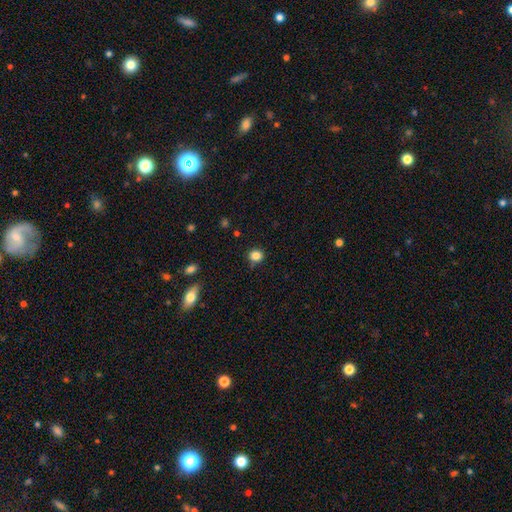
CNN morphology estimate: type=smooth (84%); roundness=round (76%); merging=none (80%).